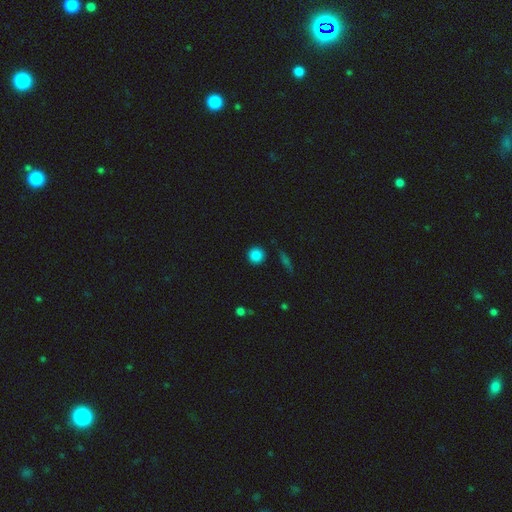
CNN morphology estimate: Q: Smooth or featured?
A: smooth (86%); runner-up: star or artifact (10%)
Q: How rounded?
A: round (94%); runner-up: in between (5%)
Q: Merging?
A: none (90%); runner-up: minor disturbance (6%)